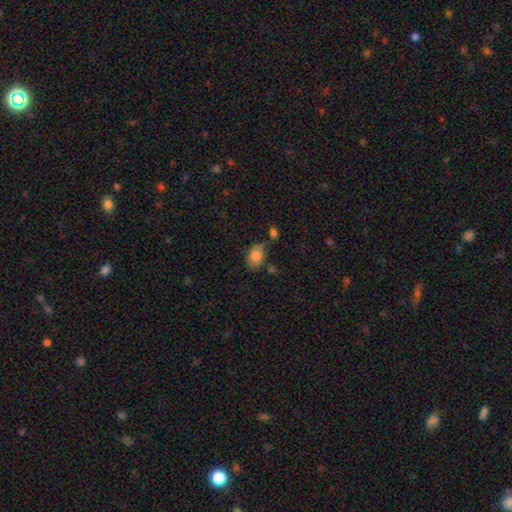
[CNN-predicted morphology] A smooth galaxy with no disk features (83%) that is in between round and cigar-shaped (82%).

Vote fractions:
- Smooth or featured? smooth: 83% / featured or disk: 9% / star or artifact: 8%
- How rounded? in between: 82% / round: 16% / cigar-shaped: 1%
- Merging? none: 59% / minor disturbance: 25% / merger: 10% / major disturbance: 7%